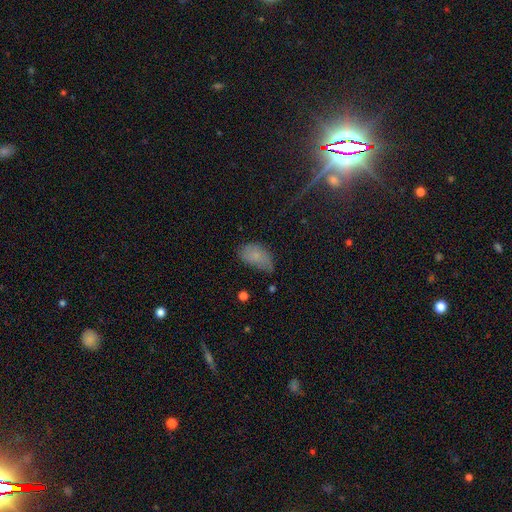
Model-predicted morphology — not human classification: Smooth or featured?
  - smooth: 69% *
  - featured or disk: 18%
  - star or artifact: 13%
How rounded?
  - in between: 90% *
  - round: 8%
  - cigar-shaped: 2%
Merging?
  - minor disturbance: 42% *
  - none: 37%
  - major disturbance: 18%
  - merger: 3%